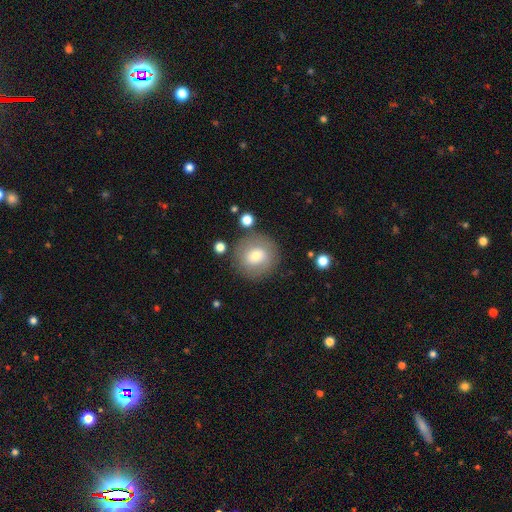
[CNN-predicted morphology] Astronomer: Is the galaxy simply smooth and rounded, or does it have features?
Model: smooth — 65%.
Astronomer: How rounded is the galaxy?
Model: round — 93%.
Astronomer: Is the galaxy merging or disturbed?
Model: none — 82%.